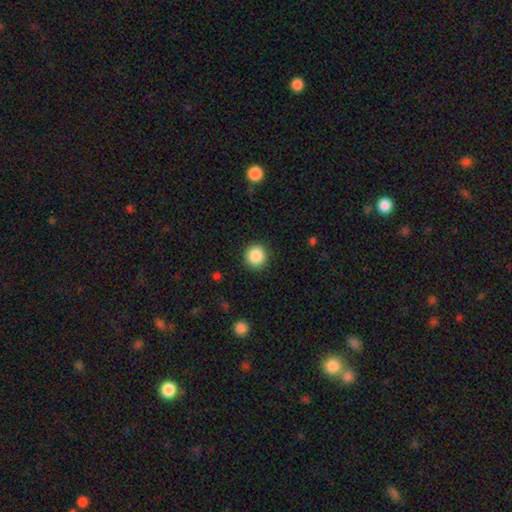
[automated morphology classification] smooth_or_featured: smooth (p=0.87) [alt: star or artifact p=0.09]
how_rounded: round (p=0.94) [alt: in between p=0.05]
merging: none (p=0.91) [alt: minor disturbance p=0.06]